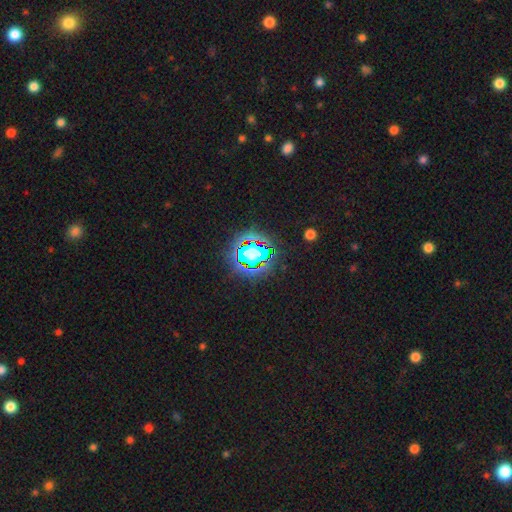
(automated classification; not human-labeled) Q: Smooth or featured?
A: star or artifact (81%); runner-up: smooth (12%)